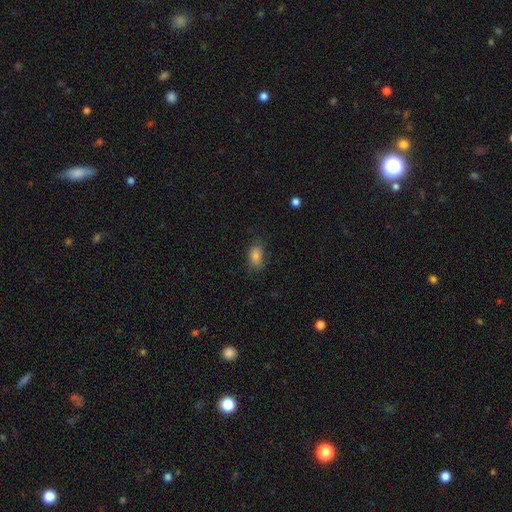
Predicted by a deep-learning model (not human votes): The model was most divided on "merging": none: 70%, minor disturbance: 21%, major disturbance: 7%, merger: 1%. More confident: how rounded — in between (84%); smooth or featured — smooth (80%).